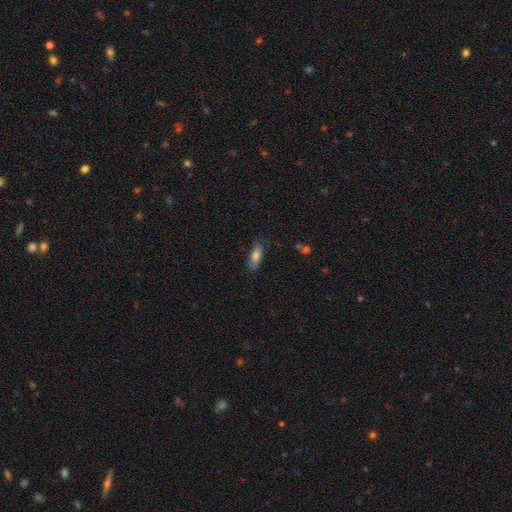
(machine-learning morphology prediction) smooth-or-featured: smooth: 79% | featured or disk: 14% | star or artifact: 7%
  how-rounded: in between: 71% | cigar-shaped: 27% | round: 2%
  merging: none: 76% | minor disturbance: 18% | major disturbance: 4% | merger: 2%